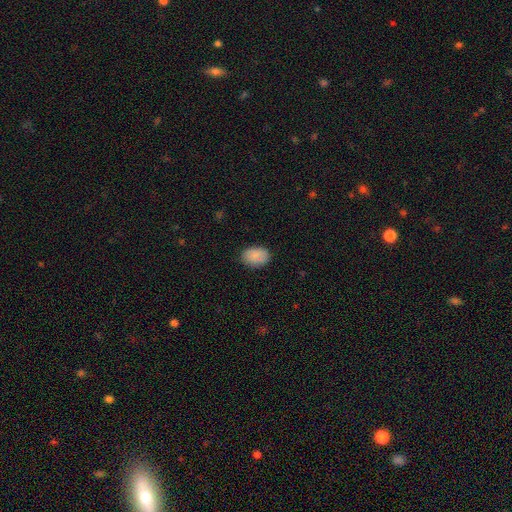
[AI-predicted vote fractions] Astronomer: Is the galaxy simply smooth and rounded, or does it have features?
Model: smooth — 85%.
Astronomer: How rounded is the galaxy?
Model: in between — 80%.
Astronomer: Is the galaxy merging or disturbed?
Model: none — 81%.